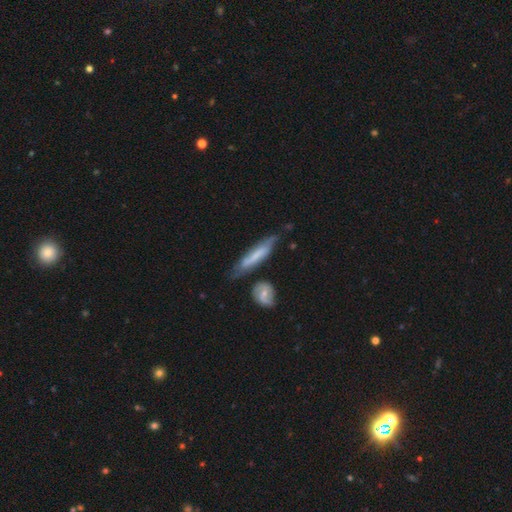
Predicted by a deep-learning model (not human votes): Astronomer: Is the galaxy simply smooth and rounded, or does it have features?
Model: featured or disk — 47% (runner-up: smooth, 46%).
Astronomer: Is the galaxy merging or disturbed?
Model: none — 53%.